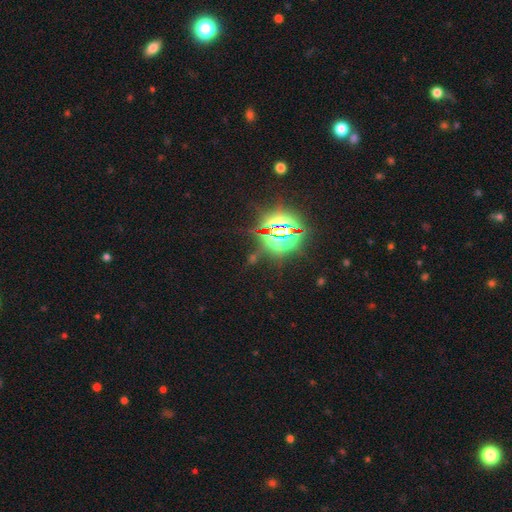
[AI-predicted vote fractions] smooth-or-featured: star or artifact: 83% | smooth: 9% | featured or disk: 8%